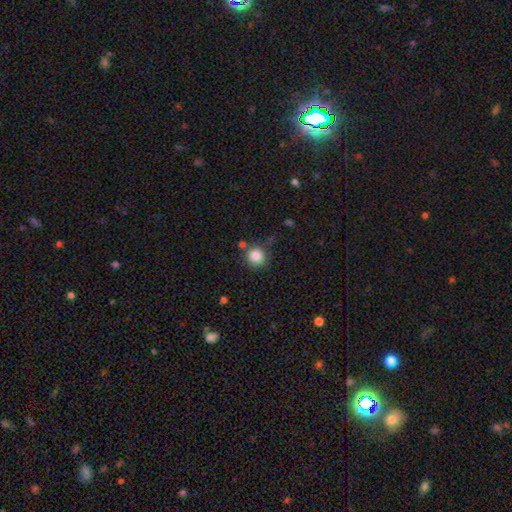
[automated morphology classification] Smooth or featured?
  - smooth: 85% *
  - star or artifact: 10%
  - featured or disk: 5%
How rounded?
  - round: 93% *
  - in between: 6%
  - cigar-shaped: 1%
Merging?
  - none: 79% *
  - minor disturbance: 11%
  - merger: 7%
  - major disturbance: 3%